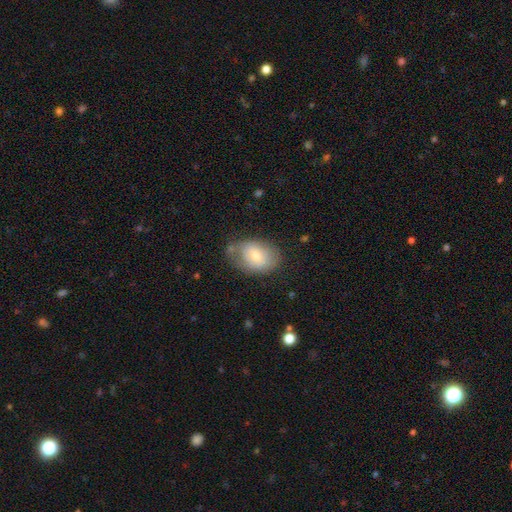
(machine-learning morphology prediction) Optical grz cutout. It shows a smooth galaxy with no disk features (67%) that is in between round and cigar-shaped (73%). Merging: none (56%).